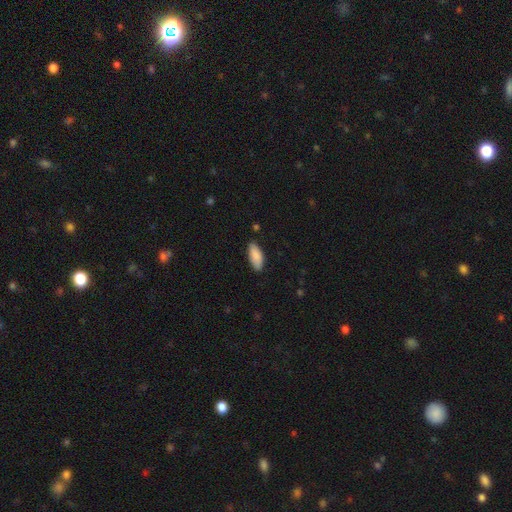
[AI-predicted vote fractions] A smooth galaxy with no disk features (89%) that is in between round and cigar-shaped (83%). Merging: none (83%).